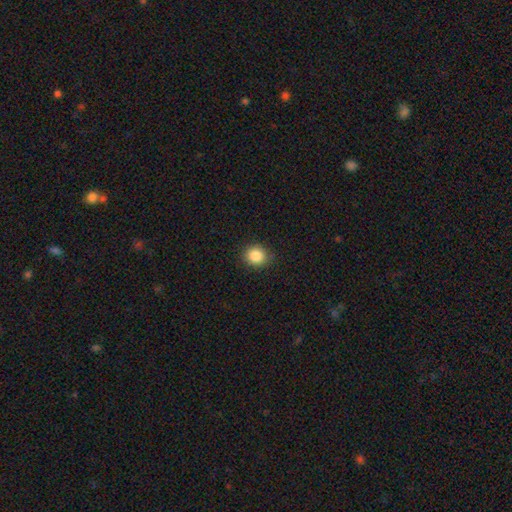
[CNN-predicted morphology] Smooth or featured? smooth (86%)
How rounded? round (80%)
Merging? none (88%)